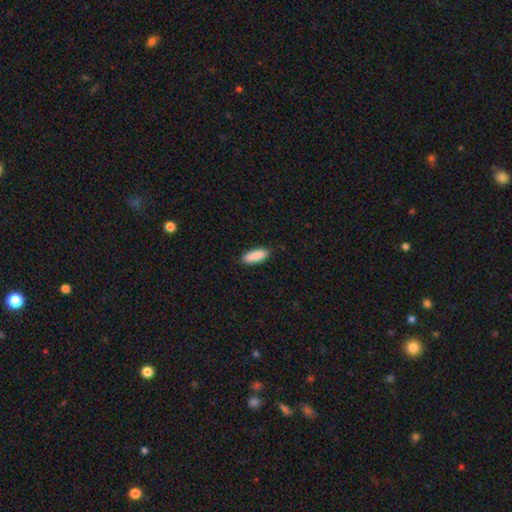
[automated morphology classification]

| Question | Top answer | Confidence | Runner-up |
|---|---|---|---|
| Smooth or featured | smooth | 89% | star or artifact (6%) |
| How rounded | in between | 62% | cigar-shaped (36%) |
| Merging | none | 87% | minor disturbance (10%) |